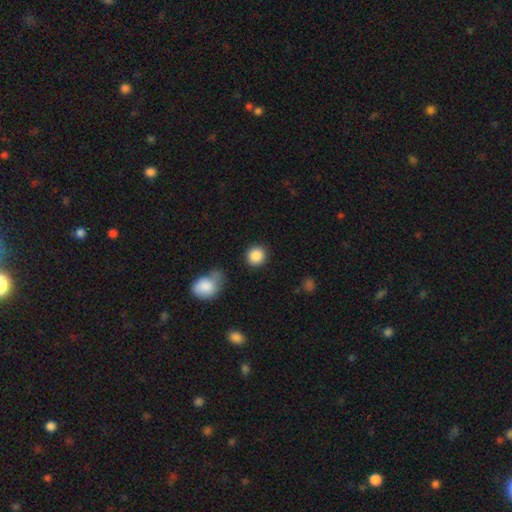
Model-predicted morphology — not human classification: type=smooth (88%); roundness=round (89%); merging=none (83%).